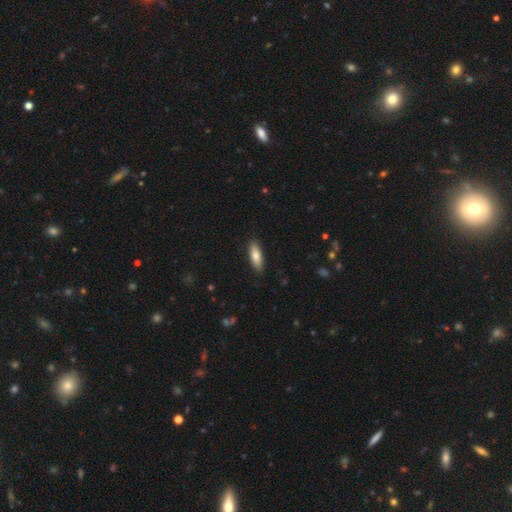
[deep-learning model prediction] This is likely a smooth galaxy (78%). How rounded: possibly in between (54%). Merging: clearly none (89%).